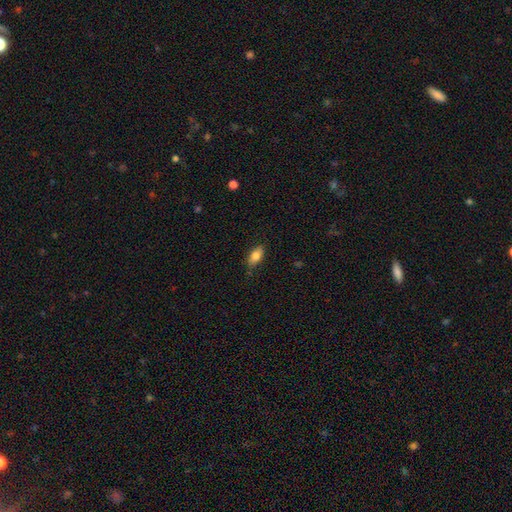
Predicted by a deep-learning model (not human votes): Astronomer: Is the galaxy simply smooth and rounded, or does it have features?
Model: smooth — 81%.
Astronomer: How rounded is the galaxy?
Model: in between — 87%.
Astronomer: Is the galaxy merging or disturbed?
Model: none — 82%.